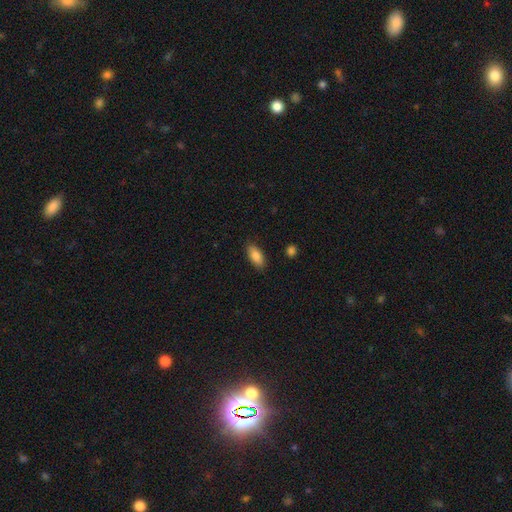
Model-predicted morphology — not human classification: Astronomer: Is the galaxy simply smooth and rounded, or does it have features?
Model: smooth — 85%.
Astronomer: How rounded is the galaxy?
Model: in between — 85%.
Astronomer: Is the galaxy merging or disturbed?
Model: none — 86%.